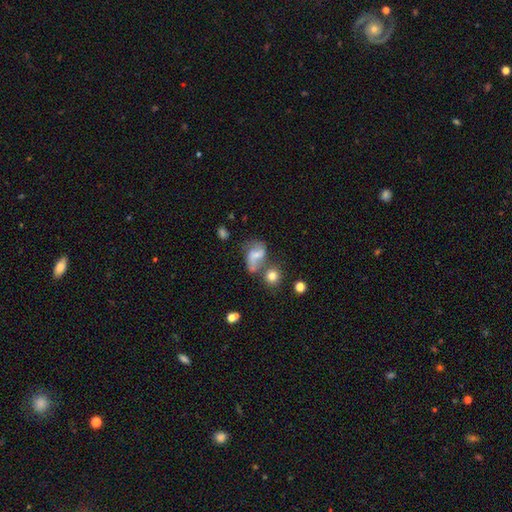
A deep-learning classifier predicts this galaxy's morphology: type=featured or disk (52%); edge-on=no (96%); bar=weak (44%); spiral arms=yes (77%); bulge=small (48%); merging=none (38%).